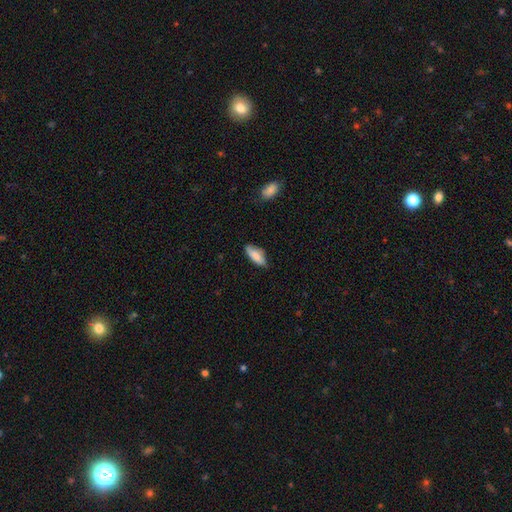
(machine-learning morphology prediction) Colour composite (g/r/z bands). It shows a smooth galaxy with no disk features (79%) that is in between round and cigar-shaped (75%). Merging: none (69%).